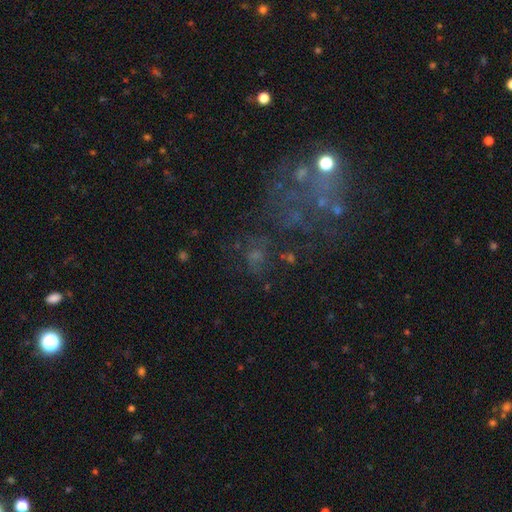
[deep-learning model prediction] Overall: featured or disk (37%; star or artifact 33%). Merging: none (49%; major disturbance 26%).